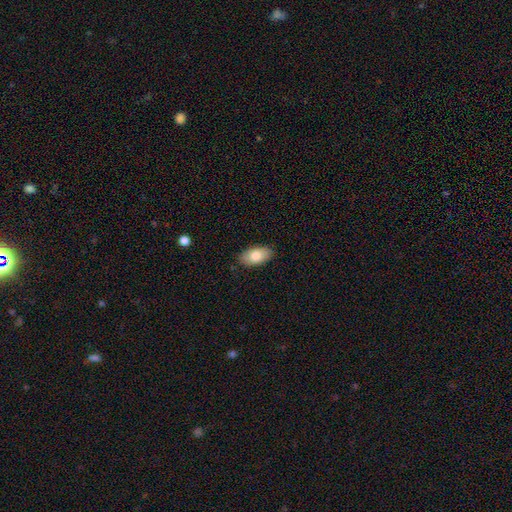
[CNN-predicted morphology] Overall: smooth (81%). How rounded: in between (94%). Merging: none (88%).